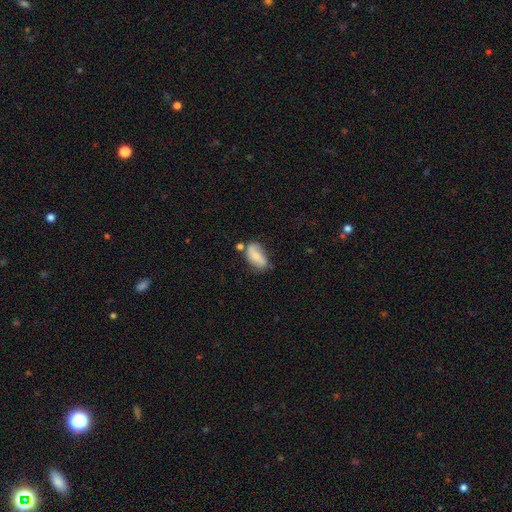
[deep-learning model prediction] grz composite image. It shows a smooth galaxy with no disk features (65%) that is in between round and cigar-shaped (89%). Merging: none (50%).